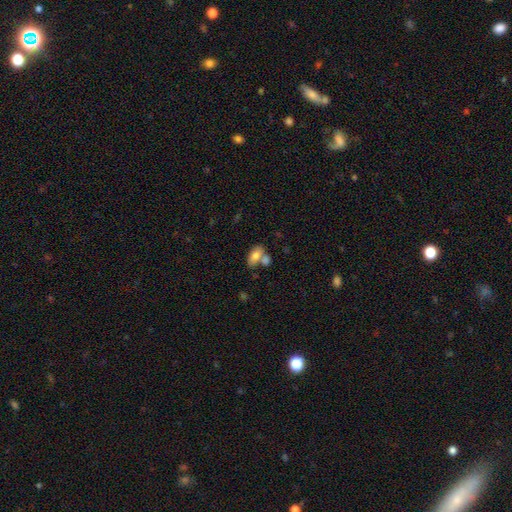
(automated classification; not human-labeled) This appears to be a smooth galaxy with no disk features (76%) that is in between round and cigar-shaped (90%). Merging: none (44%).